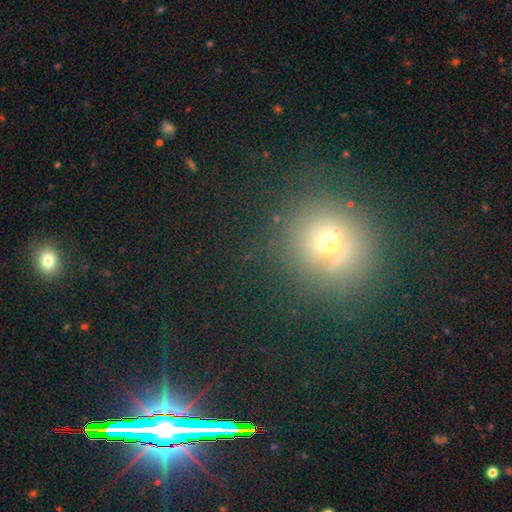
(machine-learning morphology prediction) Smooth or featured: smooth — 47% (star or artifact — 40%)
Merging: none — 81% (minor disturbance — 10%)